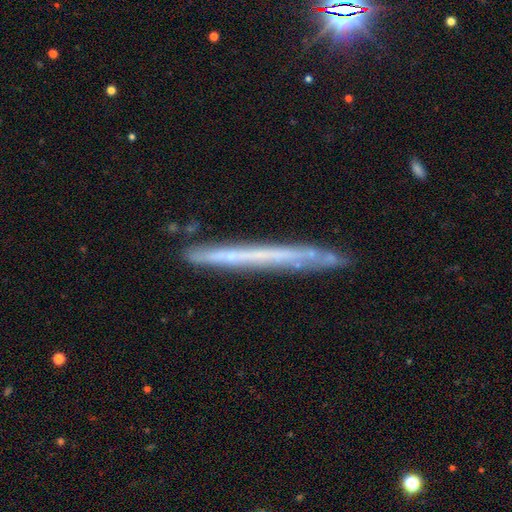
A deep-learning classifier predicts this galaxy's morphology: Smooth or featured? Predicted: featured or disk (p=0.58). Edge-on disk? Predicted: yes (p=0.93). Edge-on bulge? Predicted: none (p=0.93). Merging? Predicted: none (p=0.81).